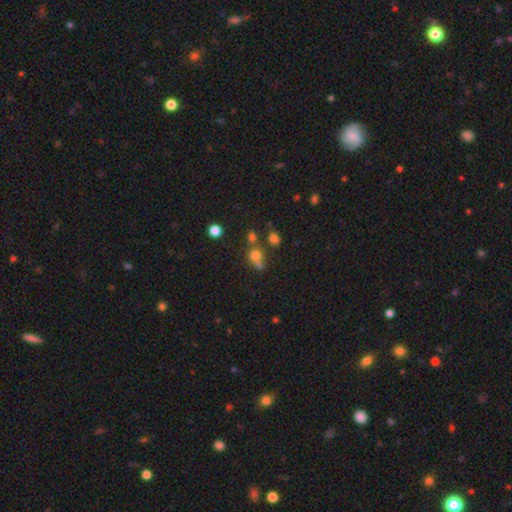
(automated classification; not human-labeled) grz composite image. It shows a smooth galaxy with no disk features (67%) that is round (69%). Merging: none (45%).